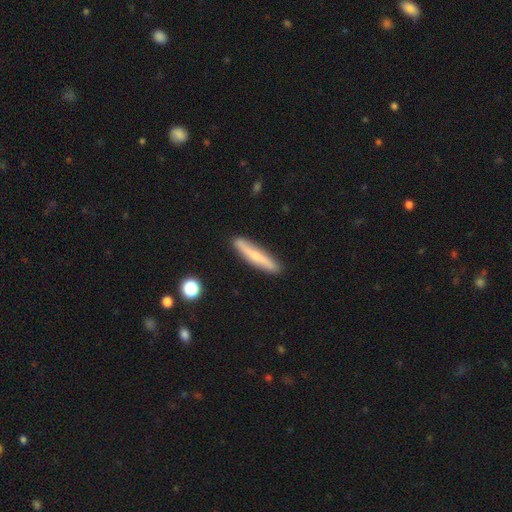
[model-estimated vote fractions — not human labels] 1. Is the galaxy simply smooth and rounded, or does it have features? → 52% smooth, 42% featured or disk, 6% star or artifact.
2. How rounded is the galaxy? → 90% cigar-shaped, 8% in between, 2% round.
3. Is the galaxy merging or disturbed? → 88% none, 9% minor disturbance, 2% major disturbance, 2% merger.